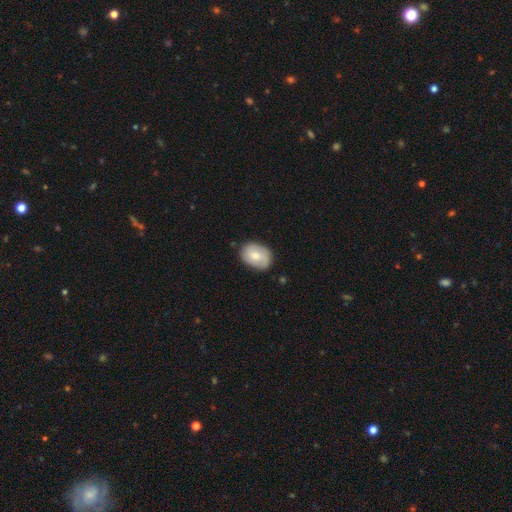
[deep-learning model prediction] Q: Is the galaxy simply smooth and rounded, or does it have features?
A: smooth — 67%.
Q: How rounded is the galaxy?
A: in between — 73%.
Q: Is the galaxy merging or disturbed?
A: none — 78%.